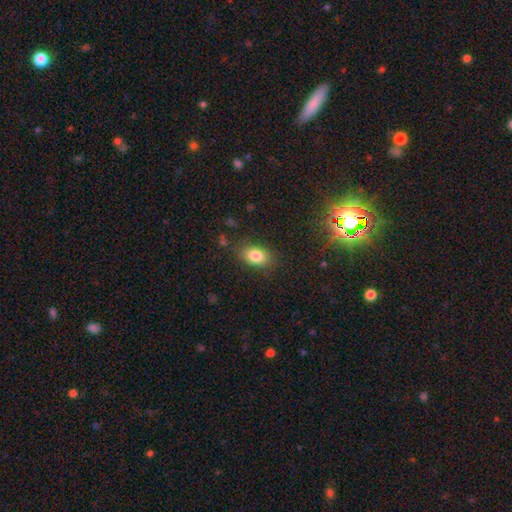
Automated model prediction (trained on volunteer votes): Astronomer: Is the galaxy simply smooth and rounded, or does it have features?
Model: smooth — 82%.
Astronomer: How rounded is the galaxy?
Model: in between — 83%.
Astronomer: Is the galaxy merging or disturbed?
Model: none — 82%.